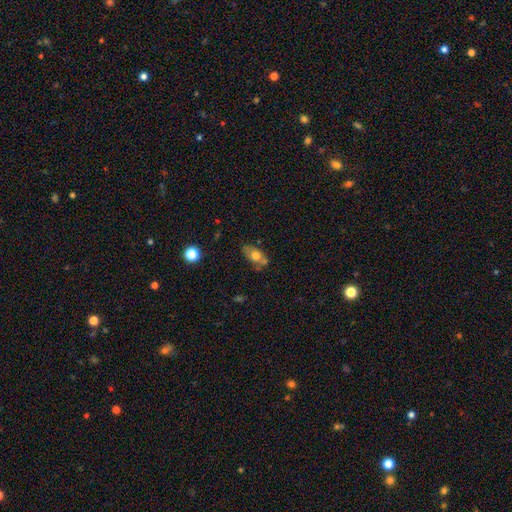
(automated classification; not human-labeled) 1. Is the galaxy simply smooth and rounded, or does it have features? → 67% smooth, 24% featured or disk, 9% star or artifact.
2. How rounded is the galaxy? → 83% in between, 12% round, 5% cigar-shaped.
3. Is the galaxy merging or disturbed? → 52% none, 23% minor disturbance, 18% merger, 7% major disturbance.